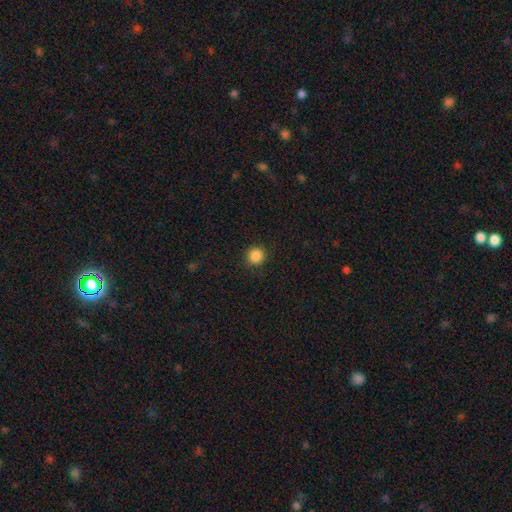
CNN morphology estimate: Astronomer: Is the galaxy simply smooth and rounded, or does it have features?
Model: smooth — 87%.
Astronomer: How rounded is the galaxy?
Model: round — 93%.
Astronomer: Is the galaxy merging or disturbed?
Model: none — 90%.